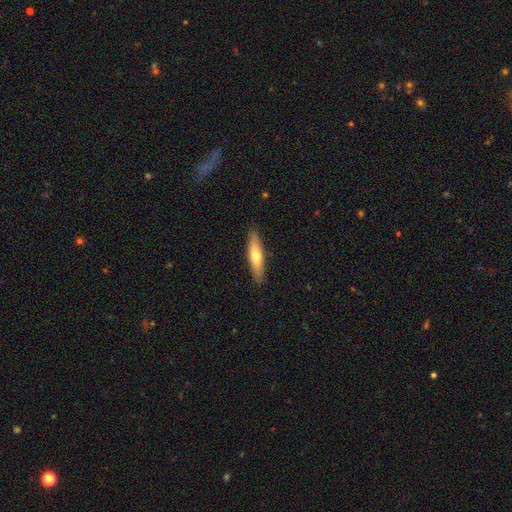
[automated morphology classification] Smooth or featured? Predicted: smooth (p=0.57). How rounded? Predicted: cigar-shaped (p=0.81). Merging? Predicted: none (p=0.89).